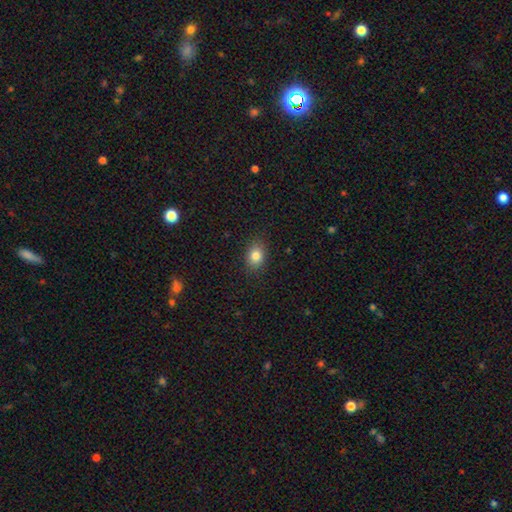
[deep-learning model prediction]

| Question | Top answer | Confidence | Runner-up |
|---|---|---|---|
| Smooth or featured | smooth | 83% | star or artifact (10%) |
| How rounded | in between | 66% | round (33%) |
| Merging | none | 87% | minor disturbance (9%) |